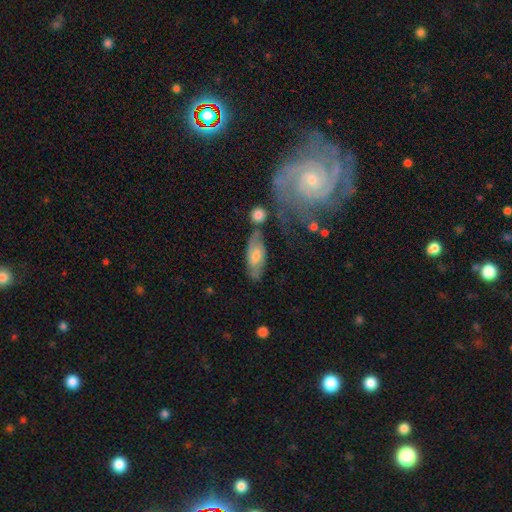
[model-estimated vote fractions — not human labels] Overall: featured or disk (52%; smooth 41%). Edge-on disk: no (84%). Merging: none (67%).